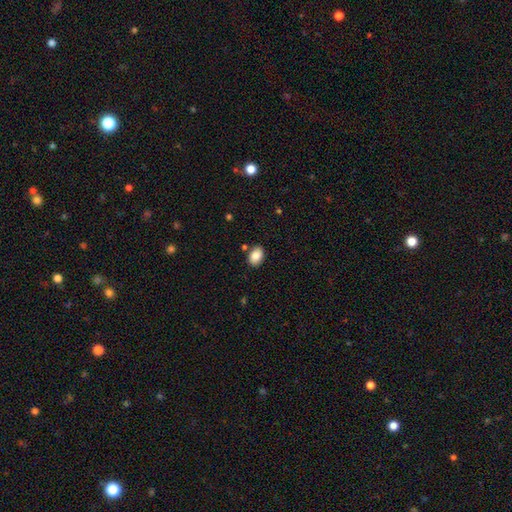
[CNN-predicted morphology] A smooth galaxy with no disk features (87%) that is in between round and cigar-shaped (82%).

Vote fractions:
- Smooth or featured? smooth: 87% / star or artifact: 7% / featured or disk: 6%
- How rounded? in between: 82% / round: 17% / cigar-shaped: 1%
- Merging? none: 83% / minor disturbance: 11% / merger: 4% / major disturbance: 2%